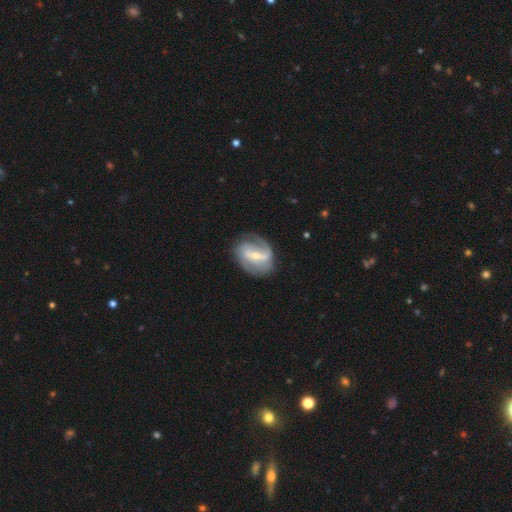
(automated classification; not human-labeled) This is clearly a featured or disk galaxy (85%). It is clearly not viewed edge-on (97%). Bar: possibly strong (50%). Spiral arm pattern: clearly yes (94%). Spiral arm count: likely 2 (71%). Spiral winding: marginally medium (45%). Central bulge: possibly small (57%). Merging: likely none (73%).